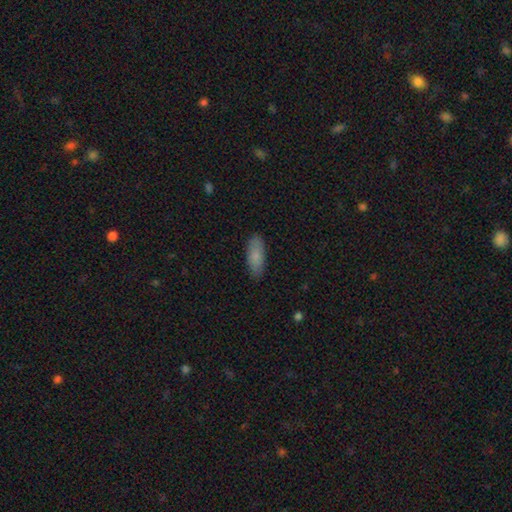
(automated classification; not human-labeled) smooth-or-featured: smooth: 84% | featured or disk: 9% | star or artifact: 6%
  how-rounded: in between: 75% | cigar-shaped: 23% | round: 2%
  merging: none: 86% | minor disturbance: 11% | major disturbance: 2% | merger: 1%